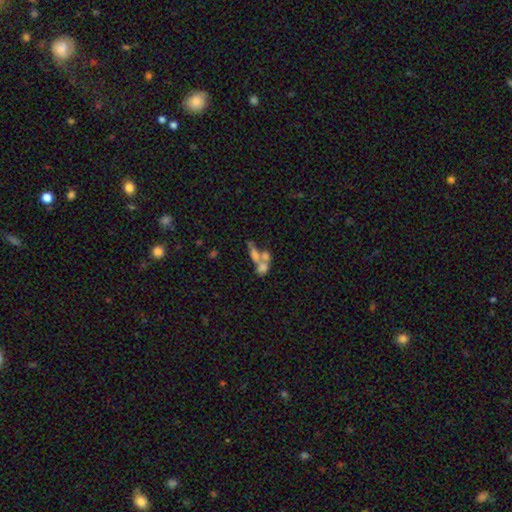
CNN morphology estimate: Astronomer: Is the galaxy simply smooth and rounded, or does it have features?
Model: smooth — 48% (runner-up: featured or disk, 36%).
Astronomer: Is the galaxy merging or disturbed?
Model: merger — 57%.